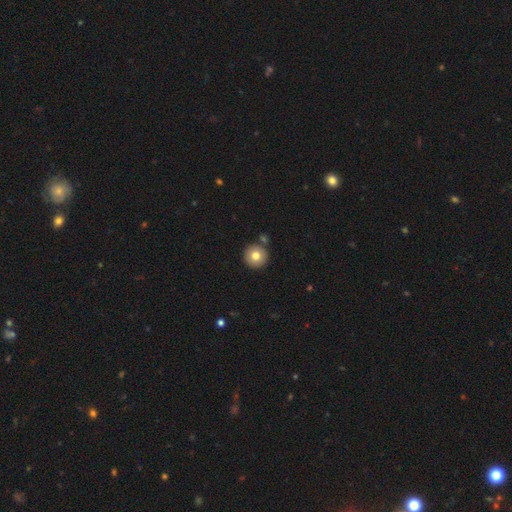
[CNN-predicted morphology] Smooth or featured: smooth — 78% (featured or disk — 12%)
How rounded: round — 96% (in between — 3%)
Merging: none — 82% (merger — 8%)